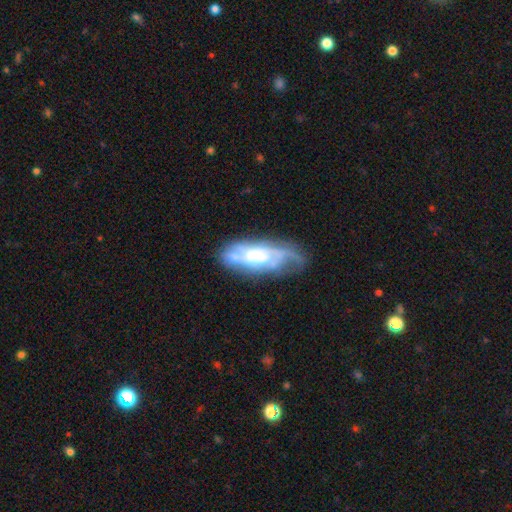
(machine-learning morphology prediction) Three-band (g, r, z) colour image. It shows a featured or disk galaxy (70%) with no bar (62%), spiral arms (72%) and a moderate central bulge (41%). Merging: none (45%).